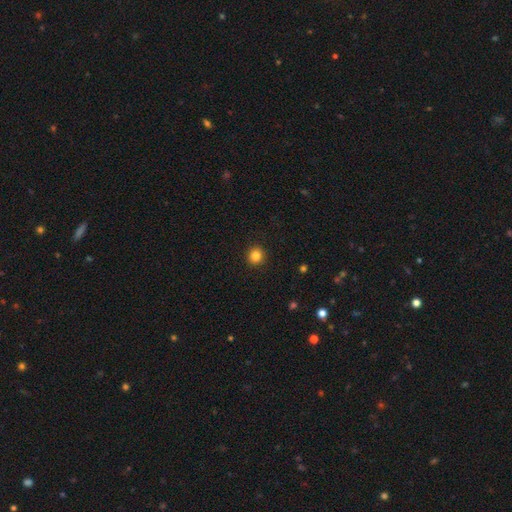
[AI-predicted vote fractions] Q: Smooth or featured?
A: smooth (84%); runner-up: star or artifact (12%)
Q: How rounded?
A: round (93%); runner-up: in between (6%)
Q: Merging?
A: none (92%); runner-up: minor disturbance (5%)